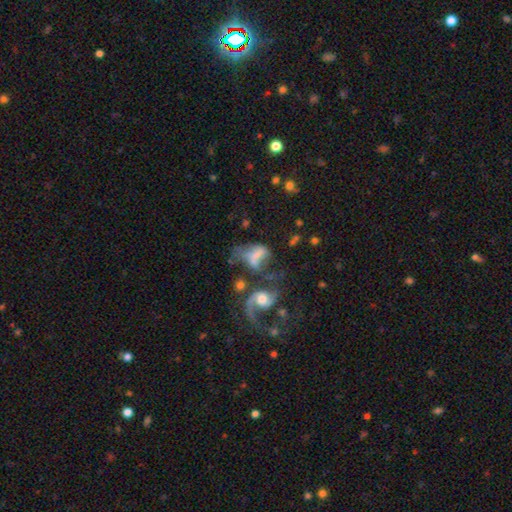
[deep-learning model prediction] smooth_or_featured: featured or disk (p=0.53) [alt: smooth p=0.35]
disk_edge_on: no (p=0.96) [alt: yes p=0.04]
bar: no (p=0.57) [alt: weak p=0.30]
has_spiral_arms: yes (p=0.59) [alt: no p=0.41]
bulge_size: moderate (p=0.34) [alt: none p=0.27]
merging: merger (p=0.34) [alt: major disturbance p=0.32]